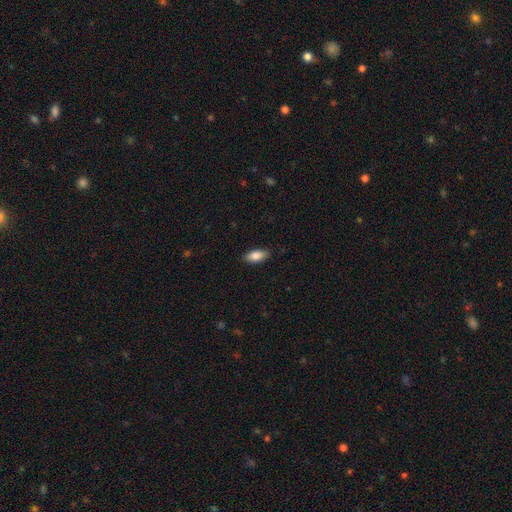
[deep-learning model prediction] Morphology: type=smooth (85%); roundness=in between (85%); merging=none (86%).